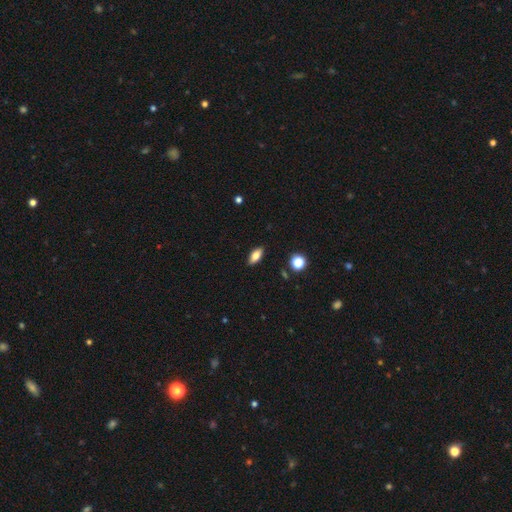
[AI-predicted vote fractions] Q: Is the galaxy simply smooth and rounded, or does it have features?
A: smooth — 76%.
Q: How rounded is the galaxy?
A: in between — 83%.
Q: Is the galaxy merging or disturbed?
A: none — 89%.